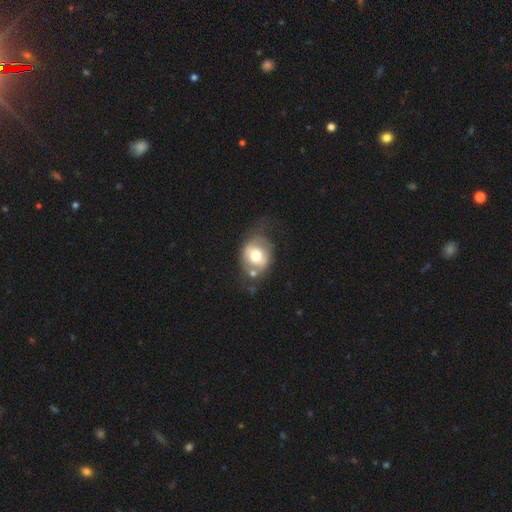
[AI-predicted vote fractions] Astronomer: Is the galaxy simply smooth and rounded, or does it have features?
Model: smooth — 51% (runner-up: featured or disk, 42%).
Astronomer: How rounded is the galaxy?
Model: round — 52% (runner-up: in between, 47%).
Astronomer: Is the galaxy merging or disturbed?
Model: none — 44% (runner-up: minor disturbance, 26%).